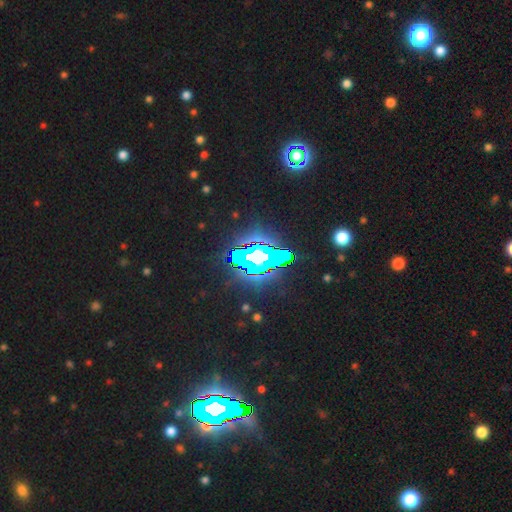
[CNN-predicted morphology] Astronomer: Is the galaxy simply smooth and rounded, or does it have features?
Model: star or artifact — 67%.